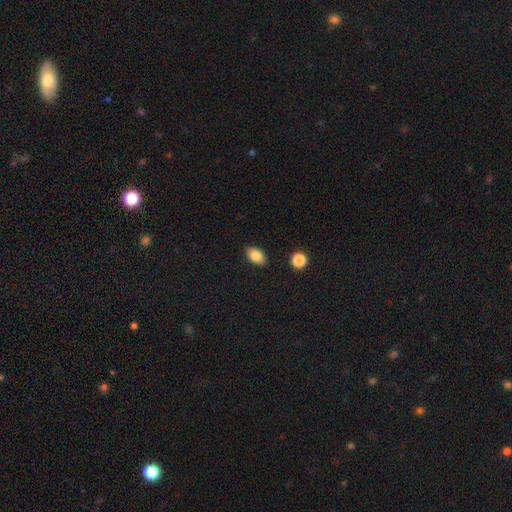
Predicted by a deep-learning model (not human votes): The model was most divided on "smooth or featured": smooth: 86%, star or artifact: 8%, featured or disk: 6%. More confident: how rounded — in between (91%); merging — none (88%).